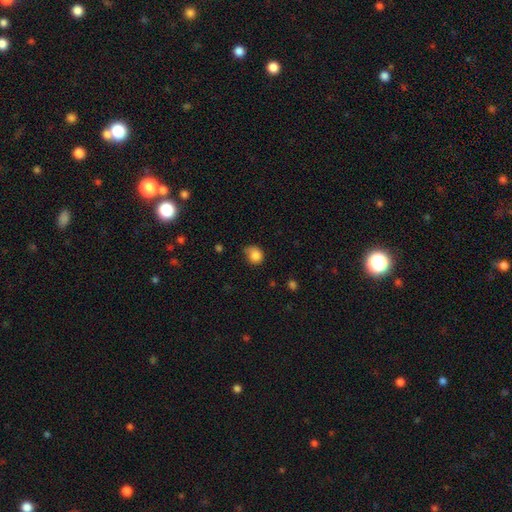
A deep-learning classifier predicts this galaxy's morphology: The model was most divided on "merging": none: 50%, minor disturbance: 36%, major disturbance: 11%, merger: 3%. More confident: smooth or featured — smooth (83%); how rounded — round (73%).